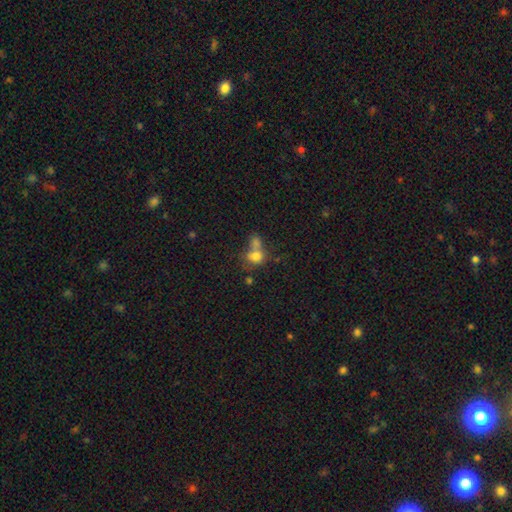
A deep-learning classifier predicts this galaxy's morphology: Overall: smooth (75%). How rounded: round (58%; in between 40%). Merging: merger (54%; none 28%).